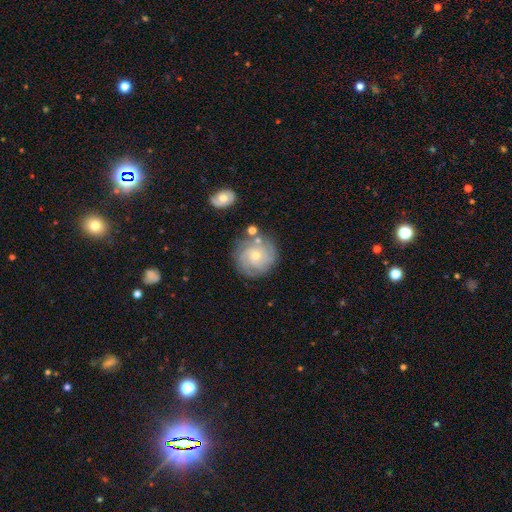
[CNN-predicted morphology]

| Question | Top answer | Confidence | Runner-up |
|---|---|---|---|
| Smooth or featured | featured or disk | 73% | smooth (20%) |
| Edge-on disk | no | 98% | yes (2%) |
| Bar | no | 79% | weak (19%) |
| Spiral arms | yes | 92% | no (8%) |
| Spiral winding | tight | 69% | medium (25%) |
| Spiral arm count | can't tell | 34% | 3 (25%) |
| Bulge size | small | 63% | moderate (33%) |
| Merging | none | 75% | minor disturbance (15%) |